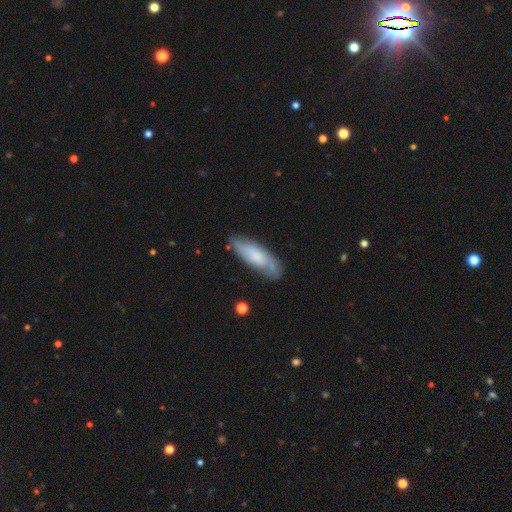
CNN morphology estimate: The model was most divided on "smooth or featured": smooth: 50%, featured or disk: 44%, star or artifact: 6%. More confident: merging — none (71%).